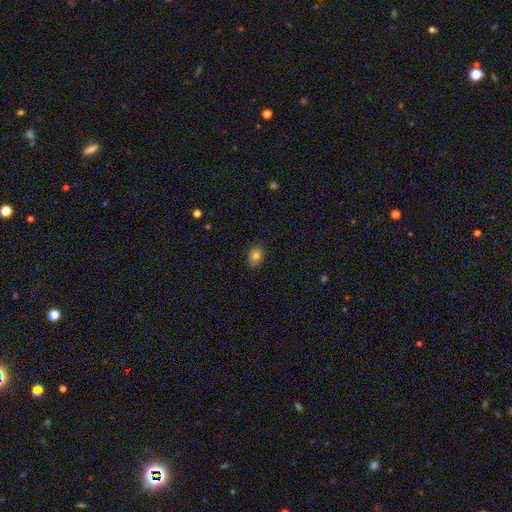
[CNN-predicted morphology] Smooth or featured? smooth (80%)
How rounded? in between (61%)
Merging? none (83%)